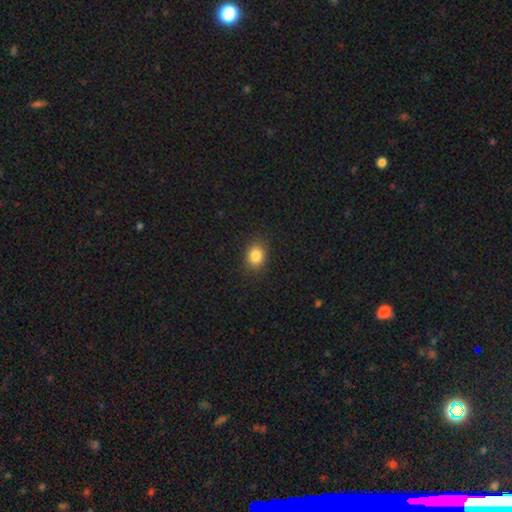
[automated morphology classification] A smooth galaxy with no disk features (84%) that is round (53%). Merging: none (87%).